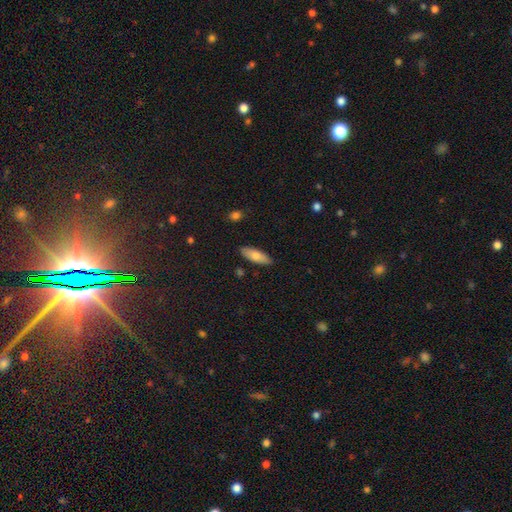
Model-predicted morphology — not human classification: Smooth or featured? Predicted: smooth (p=0.74). How rounded? Predicted: in between (p=0.65). Merging? Predicted: none (p=0.87).